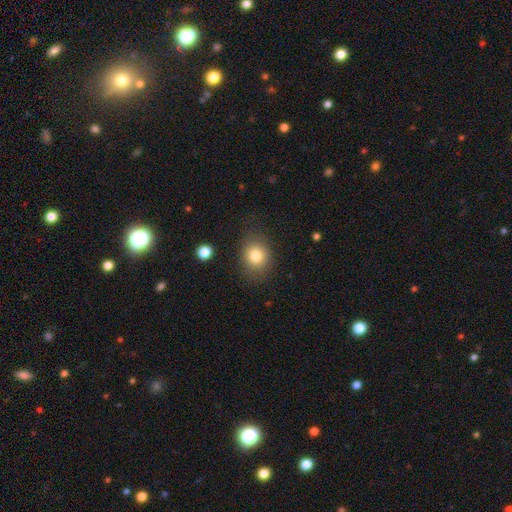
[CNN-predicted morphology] A smooth galaxy with no disk features (81%) that is round (61%). Merging: none (78%).